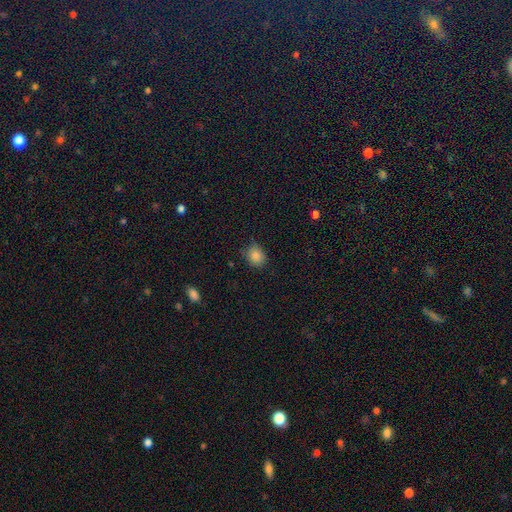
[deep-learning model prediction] The model was most divided on "how rounded": round: 59%, in between: 40%, cigar-shaped: 1%. More confident: smooth or featured — smooth (85%); merging — none (76%).